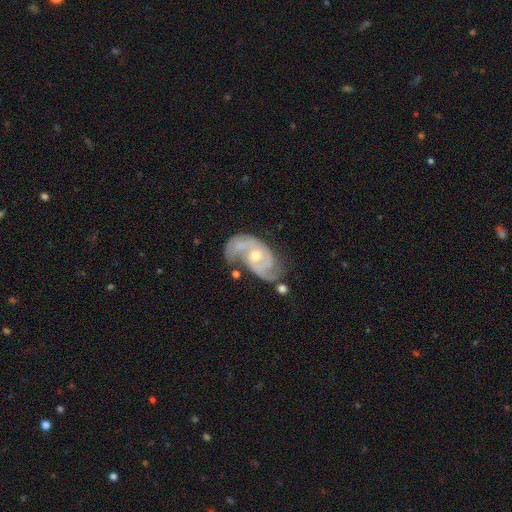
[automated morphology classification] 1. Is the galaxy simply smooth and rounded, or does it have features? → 88% featured or disk, 7% smooth, 5% star or artifact.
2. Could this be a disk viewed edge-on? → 97% no, 3% yes.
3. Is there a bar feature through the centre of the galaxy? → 66% no, 27% weak, 7% strong.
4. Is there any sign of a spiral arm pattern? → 96% yes, 4% no.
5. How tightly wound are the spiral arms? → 43% tight, 42% medium, 14% loose.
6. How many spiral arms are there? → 66% 2, 14% 3, 11% can't tell, 4% 1, 3% 4, 2% more than 4.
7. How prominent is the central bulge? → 62% moderate, 34% small, 2% large, 1% none, 1% dominant.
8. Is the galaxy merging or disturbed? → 46% none, 25% minor disturbance, 16% major disturbance, 13% merger.